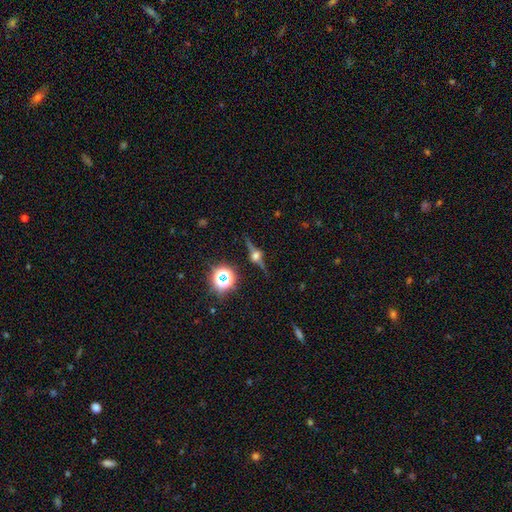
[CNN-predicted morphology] This is likely a featured or disk galaxy (74%). It is clearly viewed edge-on (94%). Edge-on bulge: clearly rounded (94%). Merging: clearly none (84%).